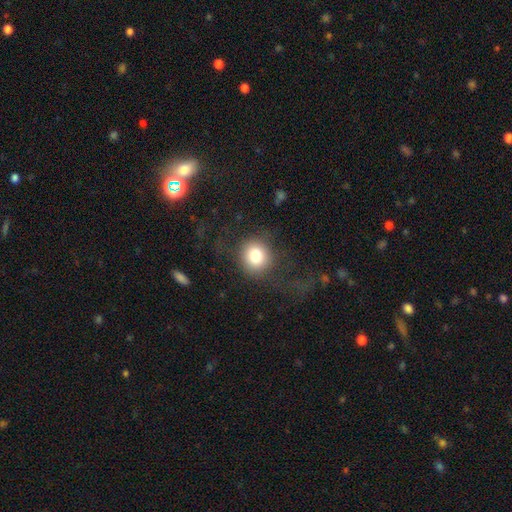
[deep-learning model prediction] Morphology: type=smooth (78%); roundness=round (88%); merging=none (74%).